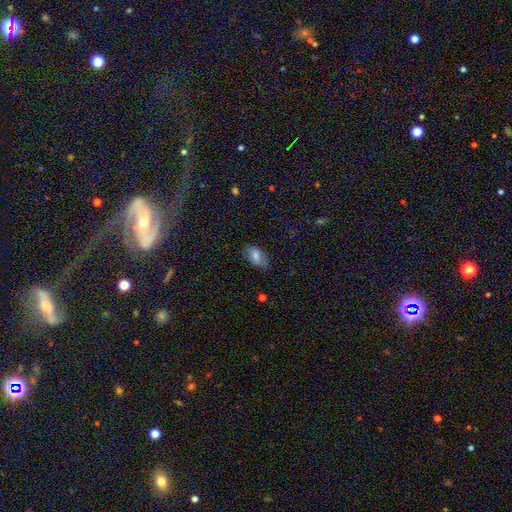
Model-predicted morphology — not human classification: Smooth or featured? smooth (76%)
How rounded? in between (92%)
Merging? none (76%)